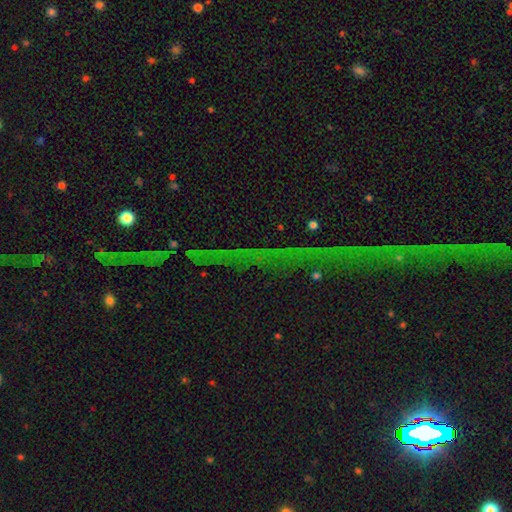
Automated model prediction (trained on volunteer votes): A star or artifact, not a galaxy (81%).